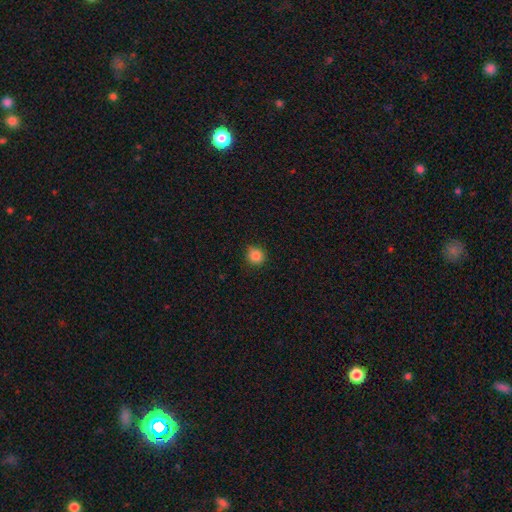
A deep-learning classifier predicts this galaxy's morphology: smooth_or_featured: smooth (p=0.85) [alt: star or artifact p=0.11]
how_rounded: round (p=0.92) [alt: in between p=0.07]
merging: none (p=0.90) [alt: minor disturbance p=0.07]